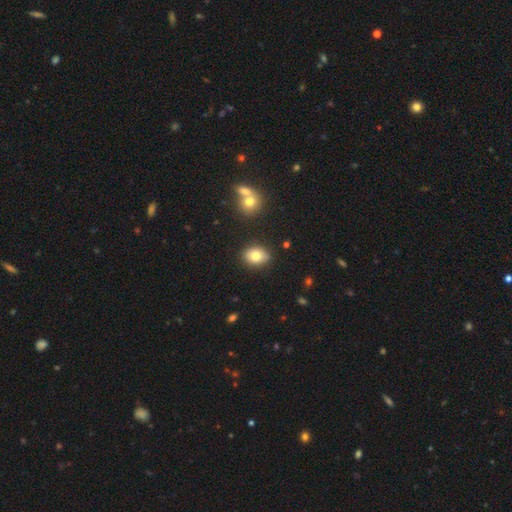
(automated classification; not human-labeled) smooth 79%, featured or disk 12%, star or artifact 9%. Down the decision tree: how rounded — in between (71%); merging — none (84%).